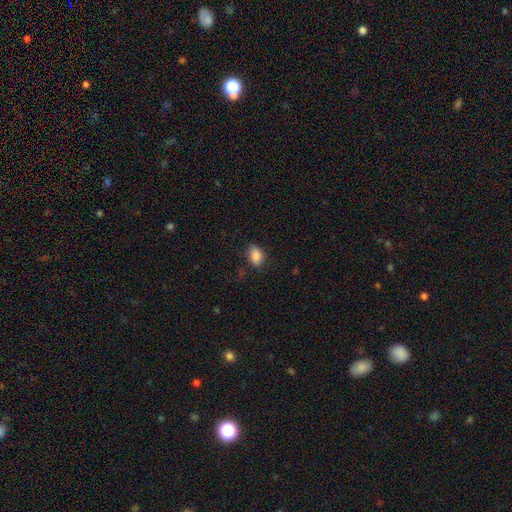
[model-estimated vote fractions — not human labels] A smooth galaxy with no disk features (87%) that is in between round and cigar-shaped (83%).

Vote fractions:
- Smooth or featured? smooth: 87% / star or artifact: 9% / featured or disk: 4%
- How rounded? in between: 83% / round: 16% / cigar-shaped: 1%
- Merging? none: 78% / minor disturbance: 16% / major disturbance: 4% / merger: 1%